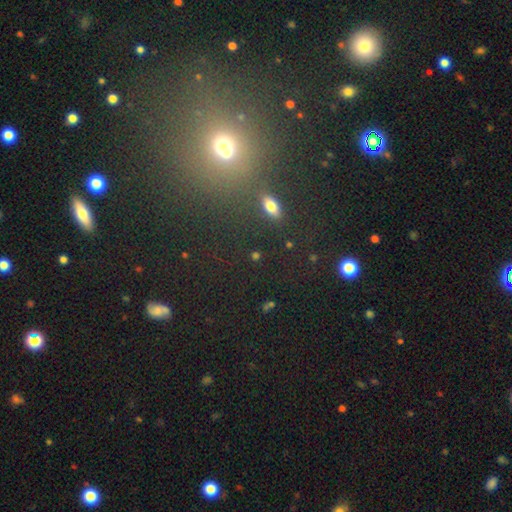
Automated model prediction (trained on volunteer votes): A smooth galaxy with no disk features (60%) that is in between round and cigar-shaped (52%).

Vote fractions:
- Smooth or featured? smooth: 60% / star or artifact: 28% / featured or disk: 12%
- How rounded? in between: 52% / round: 37% / cigar-shaped: 11%
- Merging? none: 82% / minor disturbance: 9% / merger: 5% / major disturbance: 4%